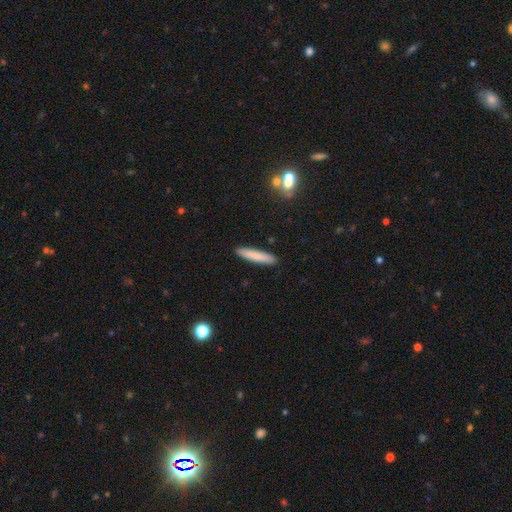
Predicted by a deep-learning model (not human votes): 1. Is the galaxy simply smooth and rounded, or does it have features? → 80% smooth, 14% featured or disk, 6% star or artifact.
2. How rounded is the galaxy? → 91% cigar-shaped, 8% in between, 1% round.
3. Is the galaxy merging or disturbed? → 91% none, 6% minor disturbance, 1% major disturbance, 1% merger.